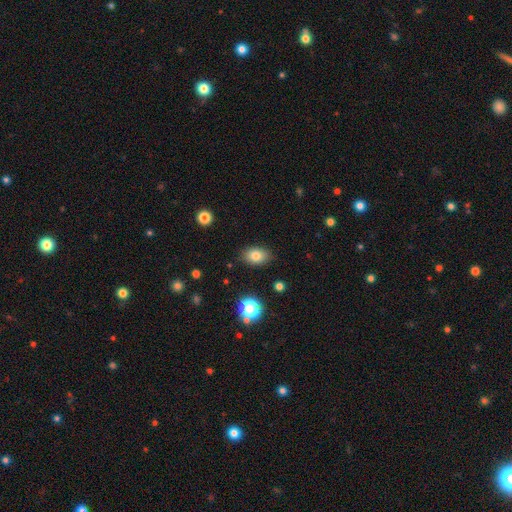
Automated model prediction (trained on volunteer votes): Q: Smooth or featured?
A: smooth (79%); runner-up: star or artifact (11%)
Q: How rounded?
A: in between (81%); runner-up: round (18%)
Q: Merging?
A: none (86%); runner-up: minor disturbance (10%)